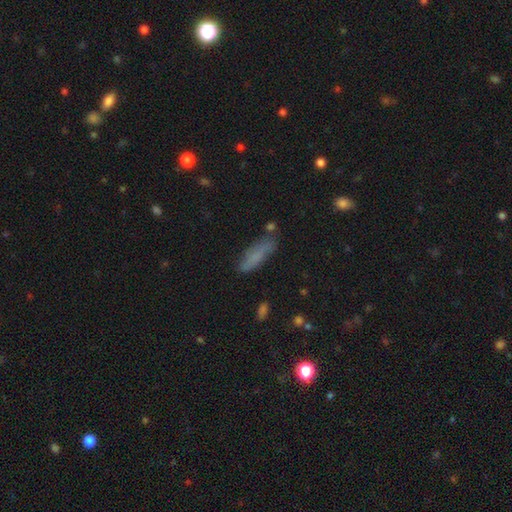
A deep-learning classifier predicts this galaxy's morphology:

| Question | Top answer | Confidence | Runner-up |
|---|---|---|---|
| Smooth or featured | smooth | 71% | featured or disk (17%) |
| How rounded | cigar-shaped | 60% | in between (37%) |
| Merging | none | 72% | minor disturbance (19%) |